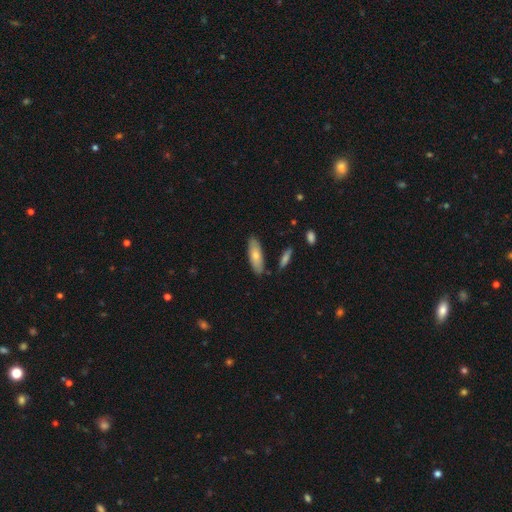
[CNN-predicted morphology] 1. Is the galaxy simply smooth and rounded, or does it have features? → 71% smooth, 23% featured or disk, 6% star or artifact.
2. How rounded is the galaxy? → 65% in between, 33% cigar-shaped, 2% round.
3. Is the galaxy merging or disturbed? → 81% none, 13% minor disturbance, 4% merger, 2% major disturbance.